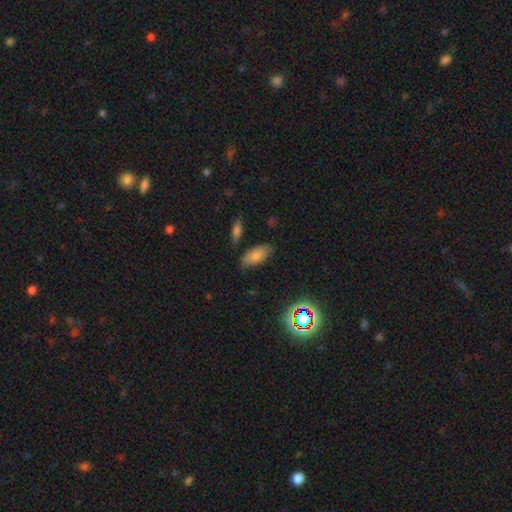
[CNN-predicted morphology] Smooth or featured? smooth (78%)
How rounded? in between (90%)
Merging? none (74%)